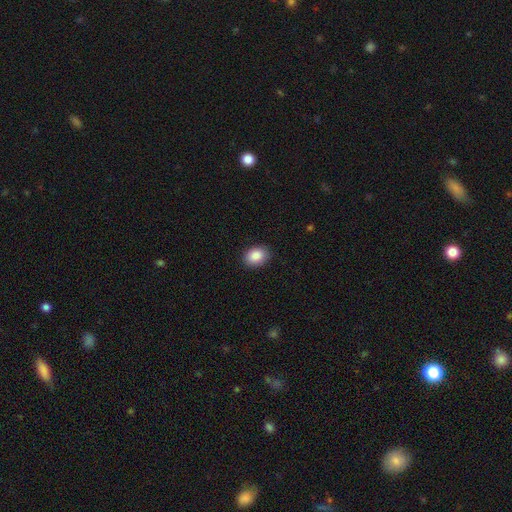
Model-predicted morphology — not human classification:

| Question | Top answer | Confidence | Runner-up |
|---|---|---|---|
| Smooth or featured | smooth | 88% | star or artifact (7%) |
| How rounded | in between | 72% | round (28%) |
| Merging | none | 88% | minor disturbance (9%) |